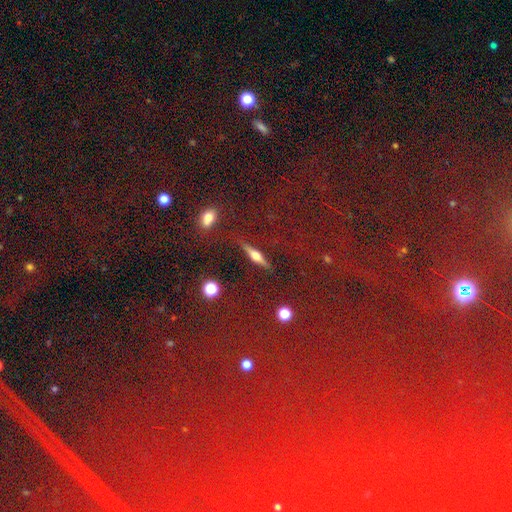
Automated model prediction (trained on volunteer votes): The model was most divided on "smooth or featured": featured or disk: 64%, smooth: 23%, star or artifact: 13%. More confident: edge-on disk — yes (94%); edge-on bulge — rounded (94%); merging — none (88%).